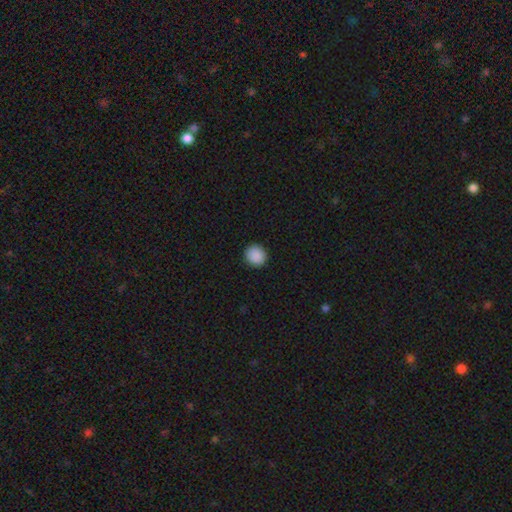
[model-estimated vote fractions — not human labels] smooth-or-featured: smooth: 90% | star or artifact: 8% | featured or disk: 2%
  how-rounded: round: 89% | in between: 10% | cigar-shaped: 1%
  merging: none: 92% | minor disturbance: 6% | major disturbance: 2% | merger: 1%